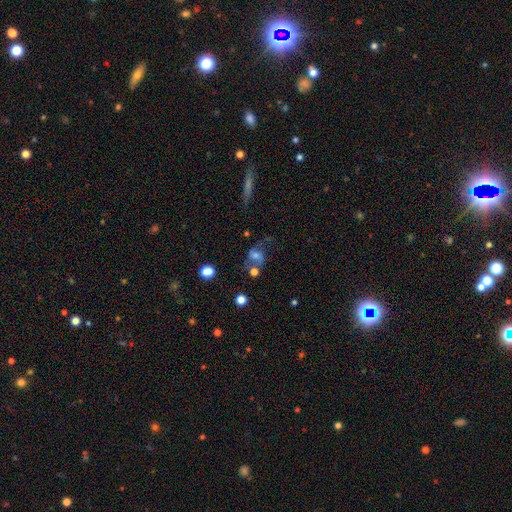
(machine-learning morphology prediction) featured or disk 45%, smooth 40%, star or artifact 16%. Down the decision tree: merging — none (40%).